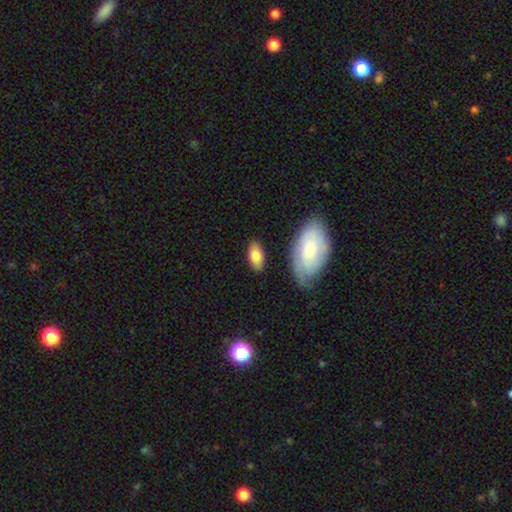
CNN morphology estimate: type=smooth (79%); roundness=in between (91%); merging=none (80%).